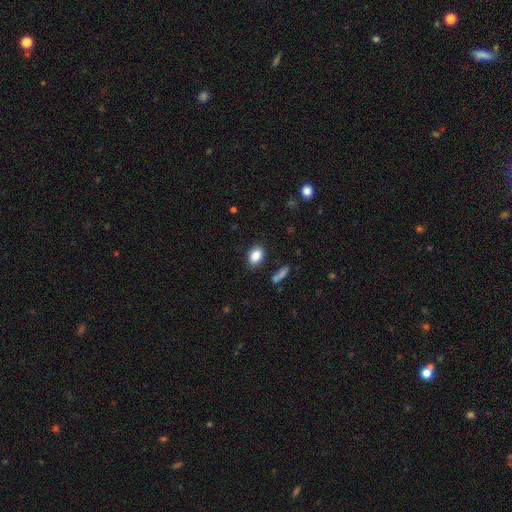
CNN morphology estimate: Q: Smooth or featured?
A: smooth (86%); runner-up: star or artifact (8%)
Q: How rounded?
A: in between (79%); runner-up: round (20%)
Q: Merging?
A: none (84%); runner-up: minor disturbance (11%)